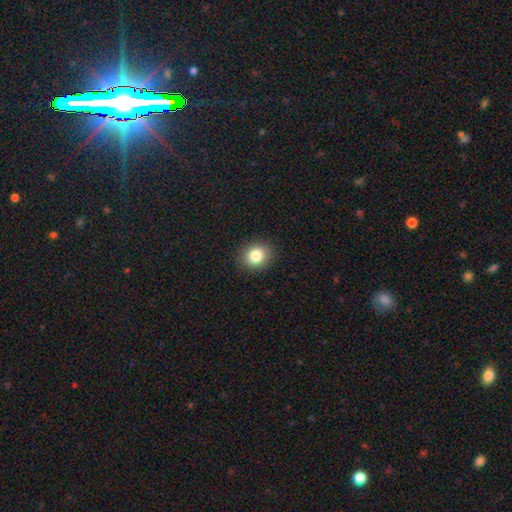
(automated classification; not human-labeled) A smooth galaxy with no disk features (83%) that is round (68%). Merging: none (90%).